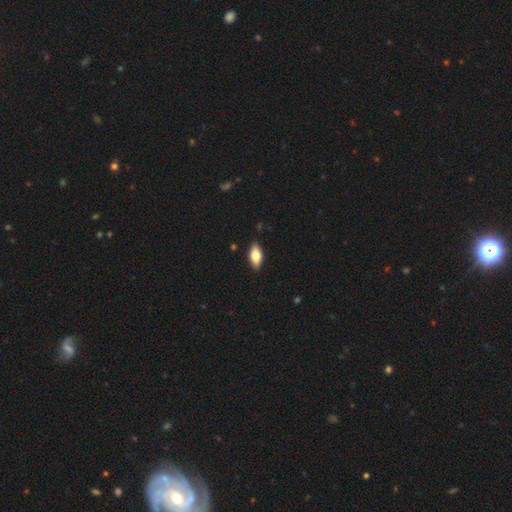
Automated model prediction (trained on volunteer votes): A smooth galaxy with no disk features (73%) that is in between round and cigar-shaped (87%). Merging: none (88%).